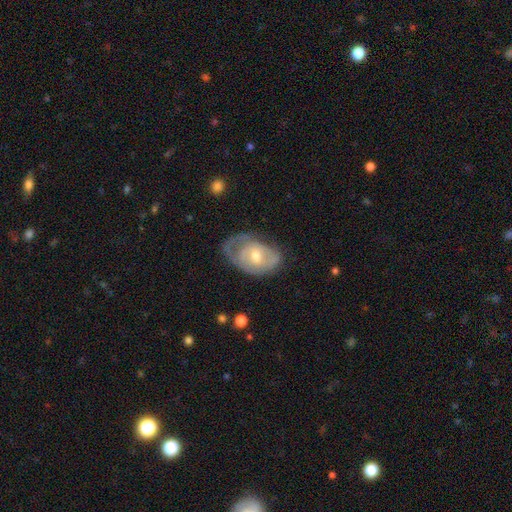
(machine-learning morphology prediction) The model was most divided on "merging": none: 39%, minor disturbance: 34%, major disturbance: 26%, merger: 2%. More confident: edge-on disk — no (95%); bar — no (66%); smooth or featured — featured or disk (62%); bulge size — moderate (60%); spiral arms — yes (60%).